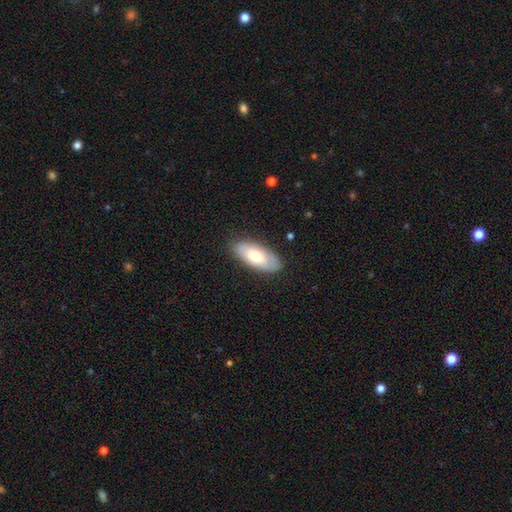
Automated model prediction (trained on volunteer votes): The model was most divided on "smooth or featured": smooth: 70%, featured or disk: 25%, star or artifact: 5%. More confident: how rounded — in between (87%); merging — none (85%).